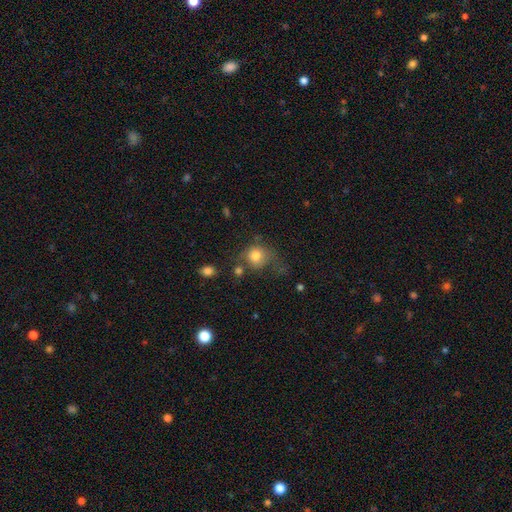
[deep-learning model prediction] A smooth galaxy with no disk features (79%) that is round (82%). Merging: none (46%).